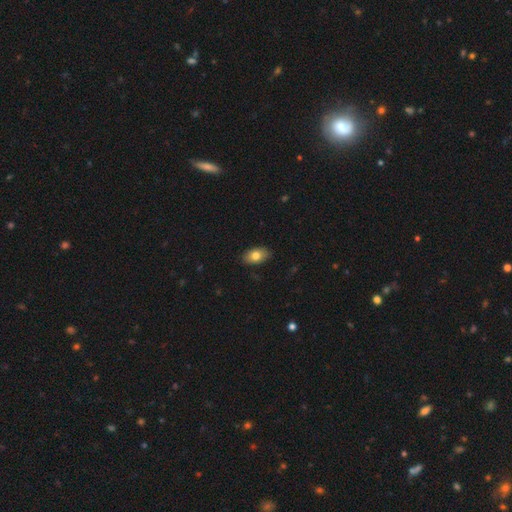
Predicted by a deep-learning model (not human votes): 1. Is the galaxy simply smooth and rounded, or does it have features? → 78% smooth, 14% featured or disk, 7% star or artifact.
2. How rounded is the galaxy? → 90% in between, 8% round, 2% cigar-shaped.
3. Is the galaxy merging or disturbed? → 87% none, 11% minor disturbance, 2% major disturbance, 1% merger.